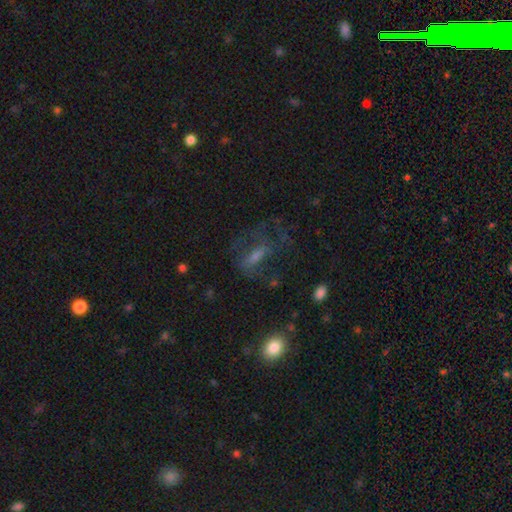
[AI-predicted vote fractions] Smooth or featured: featured or disk — 41% (tied with smooth — 41%)
Merging: none — 45% (major disturbance — 34%)